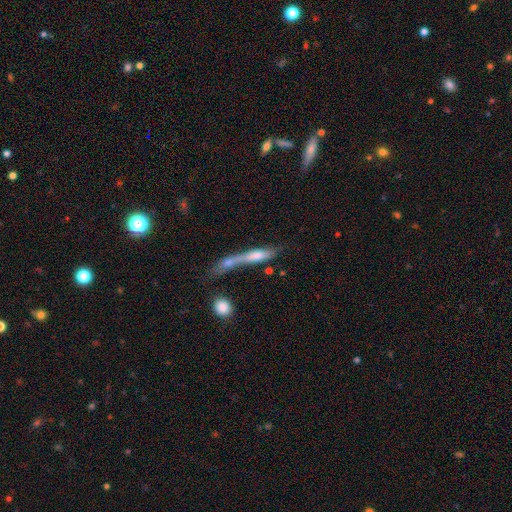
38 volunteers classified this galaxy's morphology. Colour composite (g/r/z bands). It shows a featured or disk galaxy (47%) viewed edge-on (67%) with a rounded central bulge (42%). Merging: merger (66%).